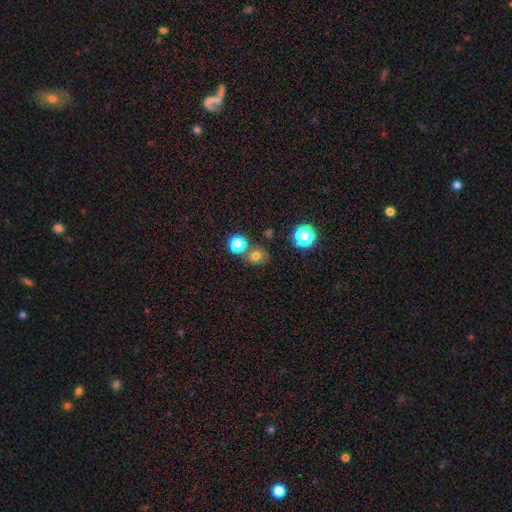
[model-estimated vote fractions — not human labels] smooth_or_featured: smooth (p=0.71) [alt: star or artifact p=0.21]
how_rounded: round (p=0.72) [alt: in between p=0.27]
merging: none (p=0.65) [alt: merger p=0.20]